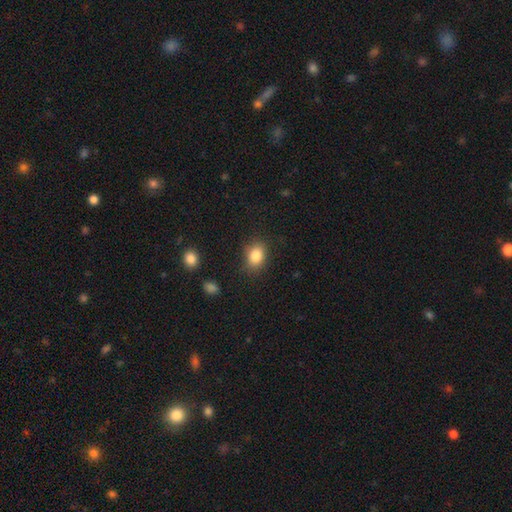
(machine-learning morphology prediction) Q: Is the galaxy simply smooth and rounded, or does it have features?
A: smooth — 85%.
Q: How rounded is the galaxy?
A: in between — 69%.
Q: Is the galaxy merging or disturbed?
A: none — 82%.